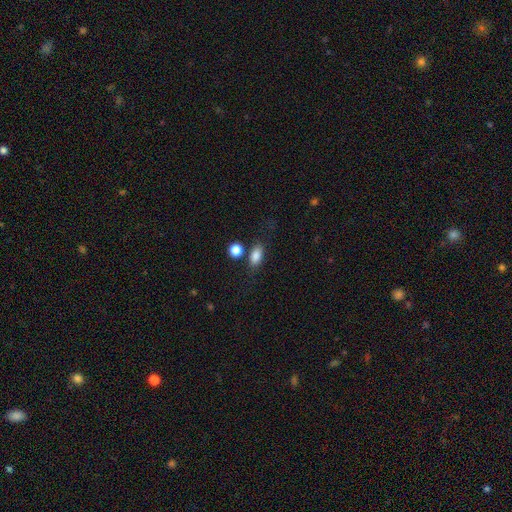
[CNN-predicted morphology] smooth-or-featured: smooth: 84% | star or artifact: 9% | featured or disk: 6%
  how-rounded: in between: 83% | round: 12% | cigar-shaped: 5%
  merging: none: 72% | minor disturbance: 14% | merger: 9% | major disturbance: 5%